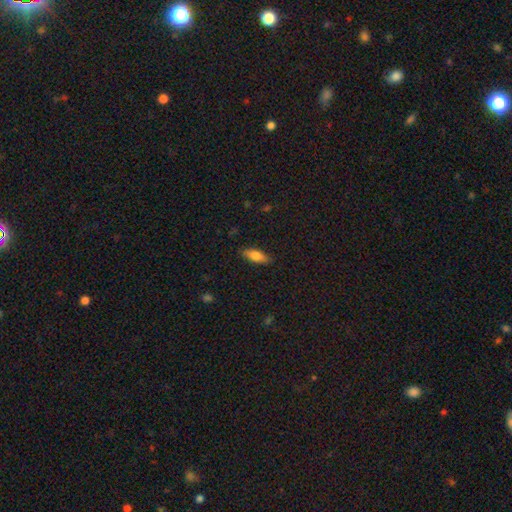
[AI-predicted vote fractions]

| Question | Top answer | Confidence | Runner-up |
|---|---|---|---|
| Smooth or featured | smooth | 77% | featured or disk (17%) |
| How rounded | in between | 71% | cigar-shaped (26%) |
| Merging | none | 87% | minor disturbance (10%) |